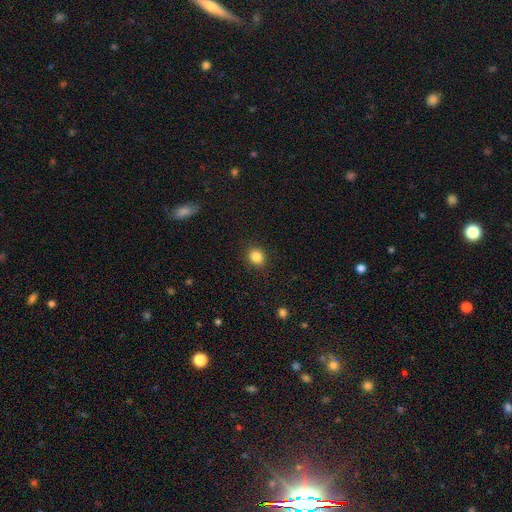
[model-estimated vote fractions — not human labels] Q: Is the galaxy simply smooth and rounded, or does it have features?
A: smooth — 85%.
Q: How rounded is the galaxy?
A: round — 72%.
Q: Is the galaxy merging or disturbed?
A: none — 89%.